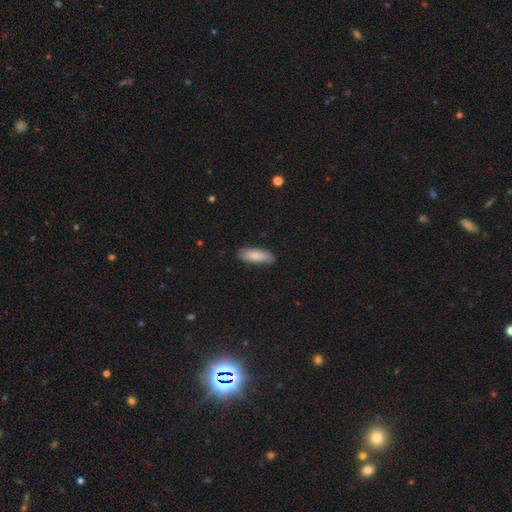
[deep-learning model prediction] Smooth or featured? Predicted: smooth (p=0.81). How rounded? Predicted: in between (p=0.72). Merging? Predicted: none (p=0.80).